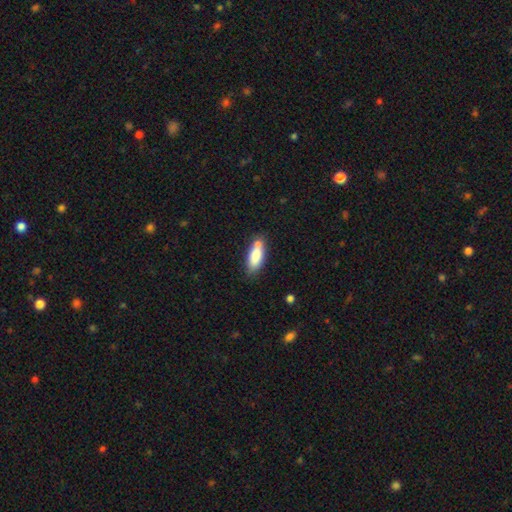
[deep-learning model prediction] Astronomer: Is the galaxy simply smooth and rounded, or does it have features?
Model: smooth — 82%.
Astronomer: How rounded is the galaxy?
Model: in between — 72%.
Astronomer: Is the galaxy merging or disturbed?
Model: none — 63%.